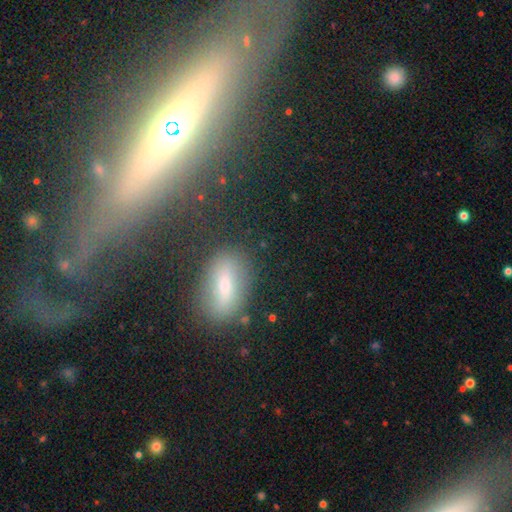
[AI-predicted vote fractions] Morphology: type=smooth (53%); roundness=in between (71%); merging=none (79%).